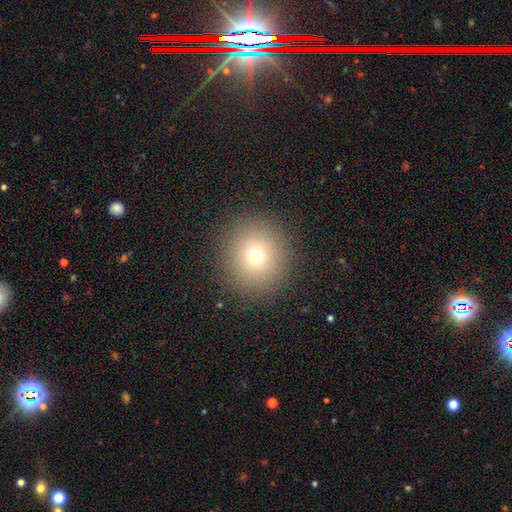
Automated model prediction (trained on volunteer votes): smooth 71%, star or artifact 18%, featured or disk 11%. Down the decision tree: how rounded — round (92%); merging — none (90%).